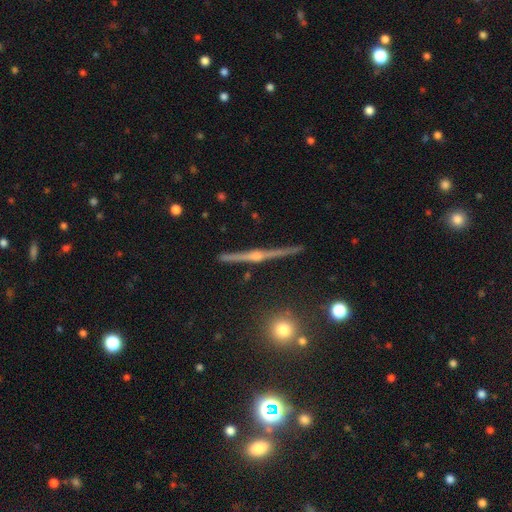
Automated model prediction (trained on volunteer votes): This is likely a featured or disk galaxy (77%). It is clearly viewed edge-on (97%). Edge-on bulge: clearly rounded (83%). Merging: clearly none (86%).